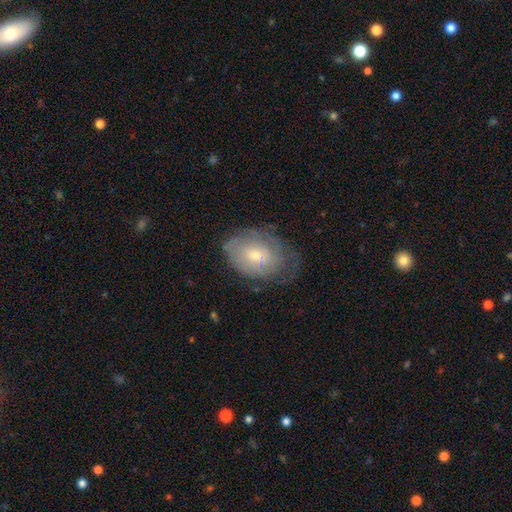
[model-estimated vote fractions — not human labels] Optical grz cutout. It shows a smooth galaxy with no disk features (46%, tied with featured or disk). Merging: none (51%).